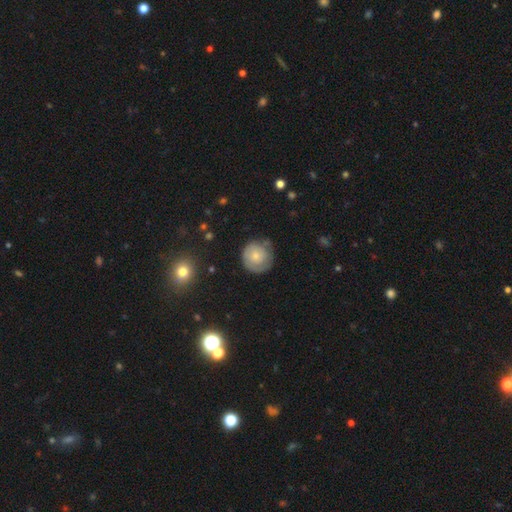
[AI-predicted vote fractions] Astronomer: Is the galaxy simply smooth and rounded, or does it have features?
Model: smooth — 58% (runner-up: featured or disk, 35%).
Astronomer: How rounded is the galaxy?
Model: round — 90%.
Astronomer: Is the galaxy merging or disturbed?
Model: none — 65%.